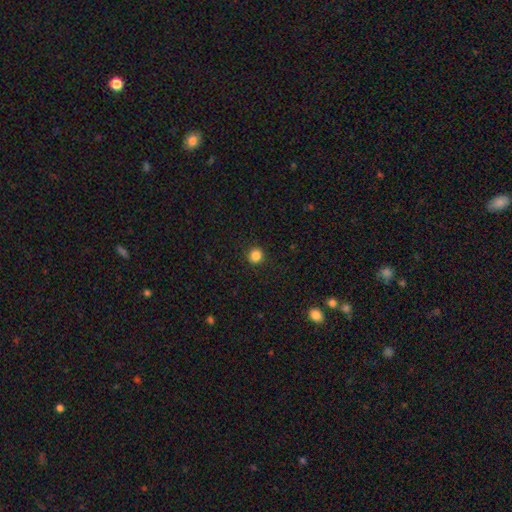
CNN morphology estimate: Smooth or featured?
  - smooth: 85% *
  - star or artifact: 11%
  - featured or disk: 4%
How rounded?
  - round: 93% *
  - in between: 6%
  - cigar-shaped: 1%
Merging?
  - none: 92% *
  - minor disturbance: 5%
  - major disturbance: 2%
  - merger: 1%